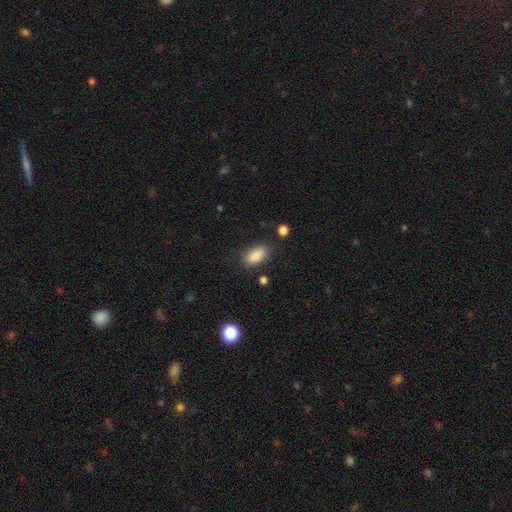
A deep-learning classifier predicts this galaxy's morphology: Overall: smooth (88%). How rounded: in between (89%). Merging: none (81%).